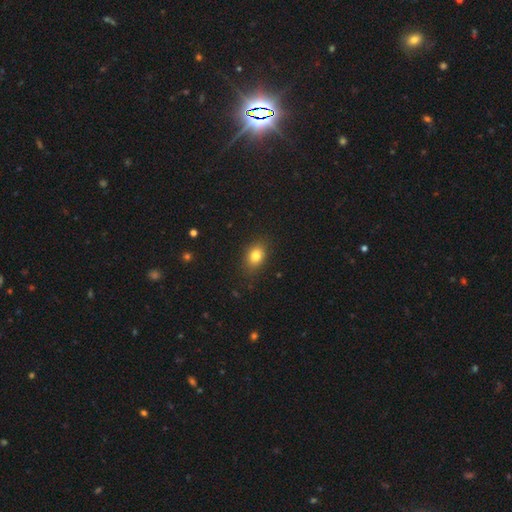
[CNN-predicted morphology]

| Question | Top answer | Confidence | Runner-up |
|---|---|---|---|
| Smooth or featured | smooth | 82% | star or artifact (10%) |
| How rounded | in between | 71% | round (27%) |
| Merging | none | 84% | minor disturbance (12%) |